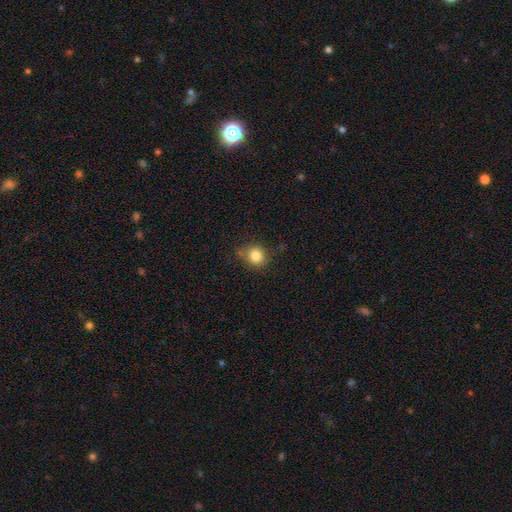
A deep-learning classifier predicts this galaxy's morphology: The model was most divided on "merging": none: 73%, minor disturbance: 19%, major disturbance: 4%, merger: 4%. More confident: smooth or featured — smooth (83%); how rounded — round (82%).